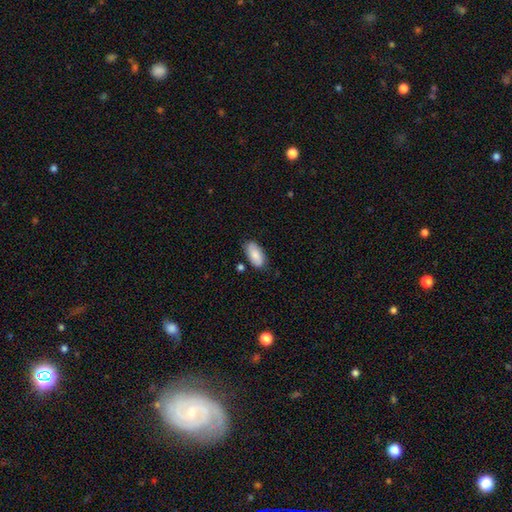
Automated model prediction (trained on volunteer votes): smooth_or_featured: smooth (p=0.81) [alt: featured or disk p=0.13]
how_rounded: in between (p=0.94) [alt: cigar-shaped p=0.04]
merging: none (p=0.78) [alt: minor disturbance p=0.16]